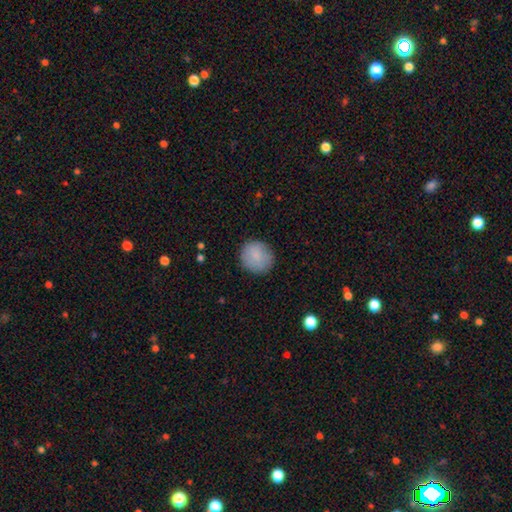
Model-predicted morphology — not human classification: Smooth or featured?
  - smooth: 85% *
  - featured or disk: 7%
  - star or artifact: 7%
How rounded?
  - round: 91% *
  - in between: 8%
  - cigar-shaped: 1%
Merging?
  - none: 87% *
  - minor disturbance: 9%
  - major disturbance: 2%
  - merger: 1%